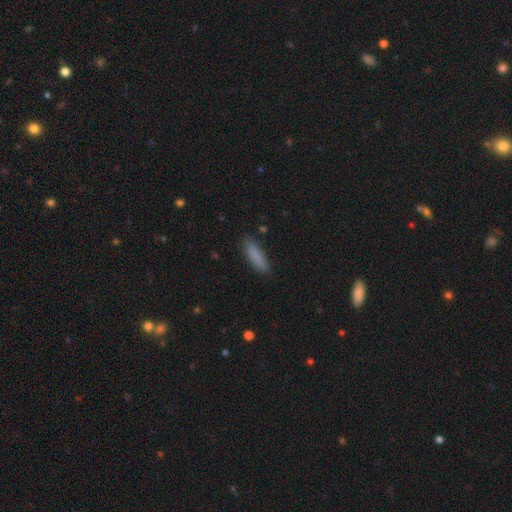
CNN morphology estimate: smooth 86%, star or artifact 7%, featured or disk 7%. Down the decision tree: how rounded — cigar-shaped (69%); merging — none (85%).